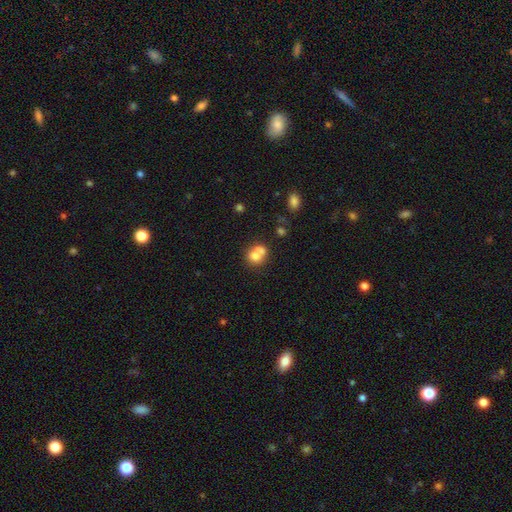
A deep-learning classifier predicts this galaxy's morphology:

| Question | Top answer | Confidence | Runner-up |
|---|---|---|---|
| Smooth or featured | smooth | 70% | featured or disk (19%) |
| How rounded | round | 71% | in between (29%) |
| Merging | merger | 54% | none (33%) |